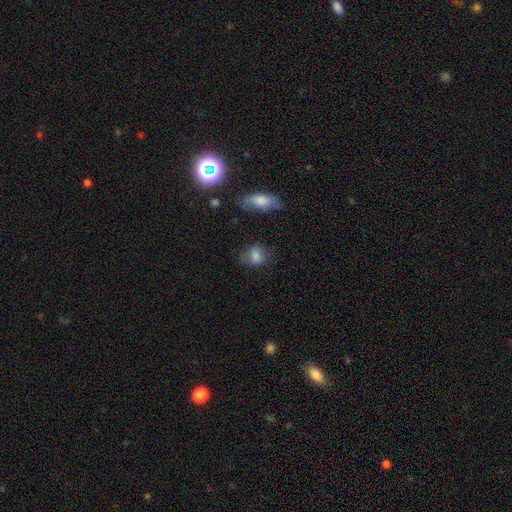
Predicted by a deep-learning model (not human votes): Smooth or featured? Predicted: smooth (p=0.76). How rounded? Predicted: in between (p=0.67). Merging? Predicted: none (p=0.64).